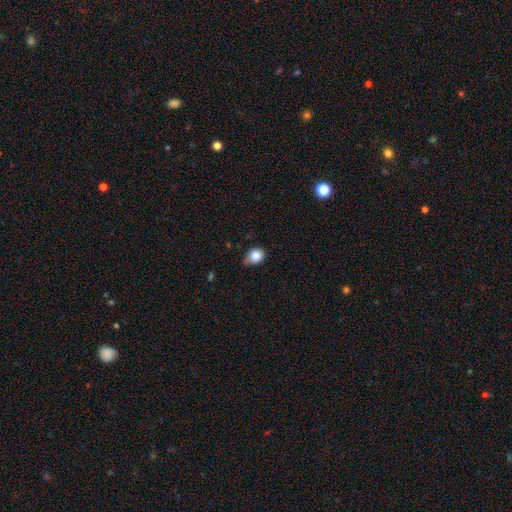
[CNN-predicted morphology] The model was most divided on "merging": none: 49%, minor disturbance: 41%, major disturbance: 7%, merger: 3%. More confident: smooth or featured — smooth (84%); how rounded — round (58%).